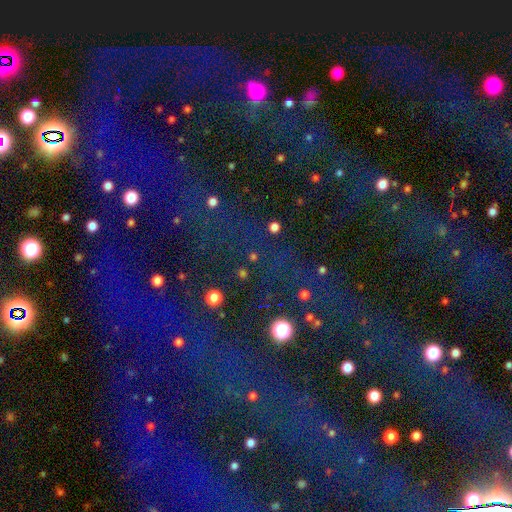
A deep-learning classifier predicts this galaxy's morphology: Smooth or featured? Predicted: star or artifact (p=0.82).